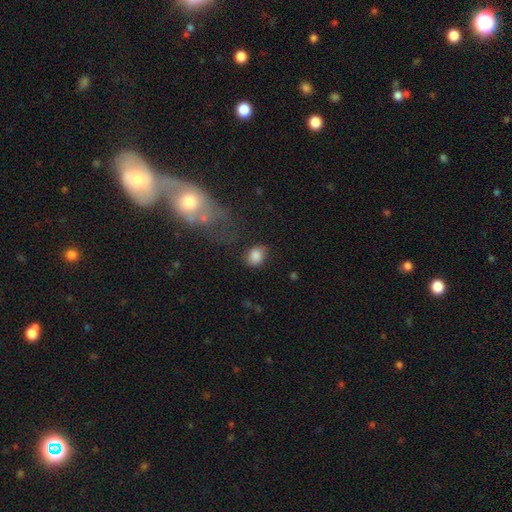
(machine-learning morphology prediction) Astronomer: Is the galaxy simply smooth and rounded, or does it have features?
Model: smooth — 84%.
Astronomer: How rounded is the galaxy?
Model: in between — 56% (runner-up: round, 43%).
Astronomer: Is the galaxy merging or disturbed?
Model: none — 64%.